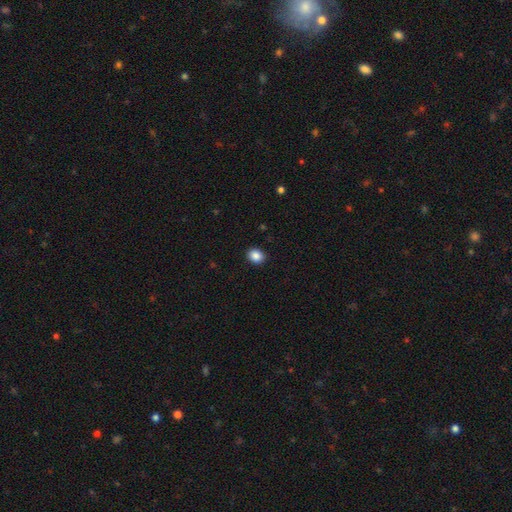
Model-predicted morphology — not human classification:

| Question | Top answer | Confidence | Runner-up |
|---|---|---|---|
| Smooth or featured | smooth | 87% | star or artifact (9%) |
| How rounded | round | 58% | in between (41%) |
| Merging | none | 92% | minor disturbance (6%) |